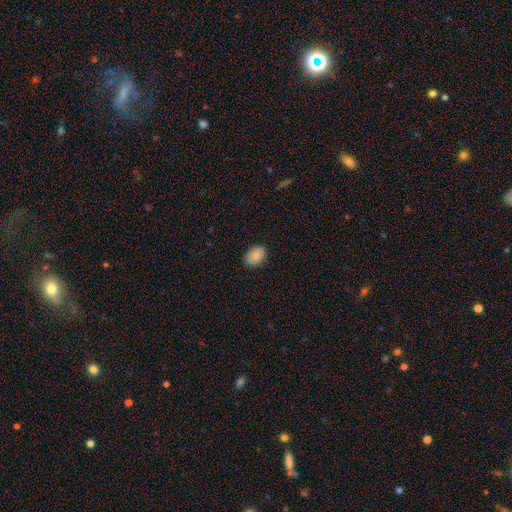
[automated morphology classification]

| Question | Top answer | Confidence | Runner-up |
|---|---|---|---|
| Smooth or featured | smooth | 83% | featured or disk (10%) |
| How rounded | in between | 77% | round (22%) |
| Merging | none | 86% | minor disturbance (11%) |